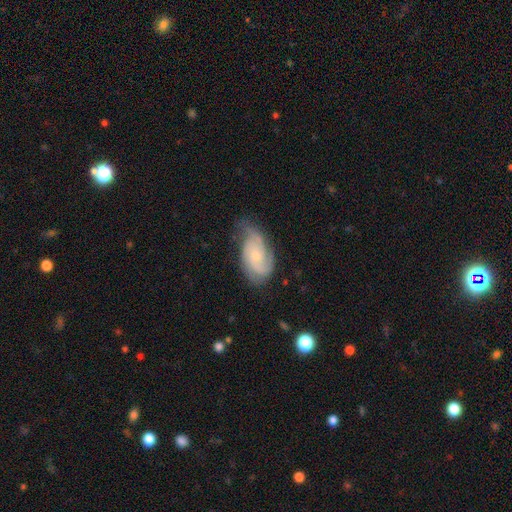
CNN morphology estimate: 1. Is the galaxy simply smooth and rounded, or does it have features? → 75% featured or disk, 19% smooth, 6% star or artifact.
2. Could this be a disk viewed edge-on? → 96% no, 4% yes.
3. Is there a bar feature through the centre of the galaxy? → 71% no, 25% weak, 4% strong.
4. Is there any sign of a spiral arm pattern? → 94% yes, 6% no.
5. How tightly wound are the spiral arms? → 43% medium, 41% tight, 16% loose.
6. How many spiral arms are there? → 45% 2, 24% 3, 19% can't tell, 5% 1, 4% 4, 3% more than 4.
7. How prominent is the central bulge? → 67% small, 25% moderate, 5% none, 1% large, 1% dominant.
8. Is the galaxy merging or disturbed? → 56% none, 30% minor disturbance, 12% major disturbance, 2% merger.